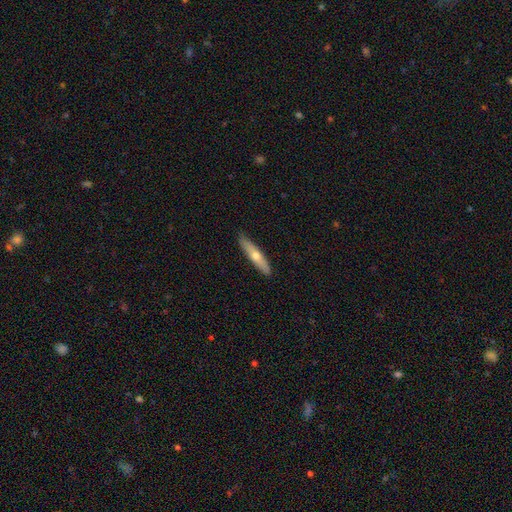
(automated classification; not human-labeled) Morphology: type=featured or disk (47%, tied with smooth); merging=none (89%).